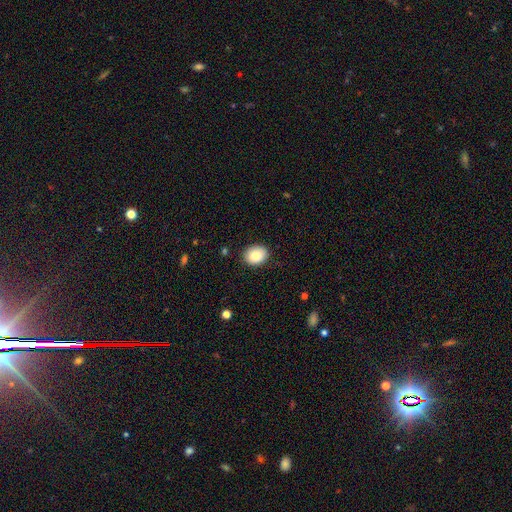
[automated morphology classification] smooth 85%, star or artifact 8%, featured or disk 7%. Down the decision tree: how rounded — in between (55%); merging — none (88%).